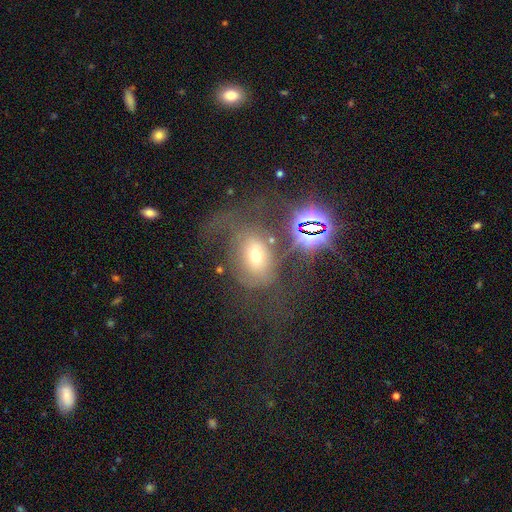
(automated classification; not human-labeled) Overall: smooth (45%; featured or disk 34%). Merging: major disturbance (43%; none 32%).